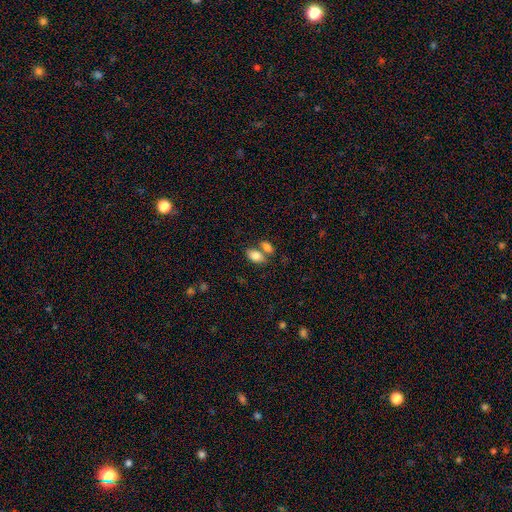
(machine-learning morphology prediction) smooth_or_featured: smooth (p=0.82) [alt: featured or disk p=0.10]
how_rounded: in between (p=0.91) [alt: round p=0.07]
merging: none (p=0.47) [alt: merger p=0.38]